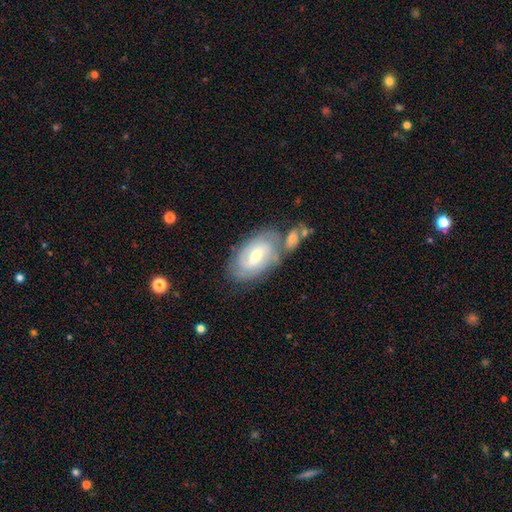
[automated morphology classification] Q: Smooth or featured?
A: featured or disk (70%); runner-up: smooth (24%)
Q: Edge-on disk?
A: no (93%); runner-up: yes (7%)
Q: Bar?
A: weak (52%); runner-up: strong (25%)
Q: Spiral arms?
A: yes (85%); runner-up: no (15%)
Q: Spiral winding?
A: tight (56%); runner-up: medium (33%)
Q: Spiral arm count?
A: 2 (52%); runner-up: can't tell (31%)
Q: Bulge size?
A: moderate (59%); runner-up: small (35%)
Q: Merging?
A: none (57%); runner-up: merger (20%)